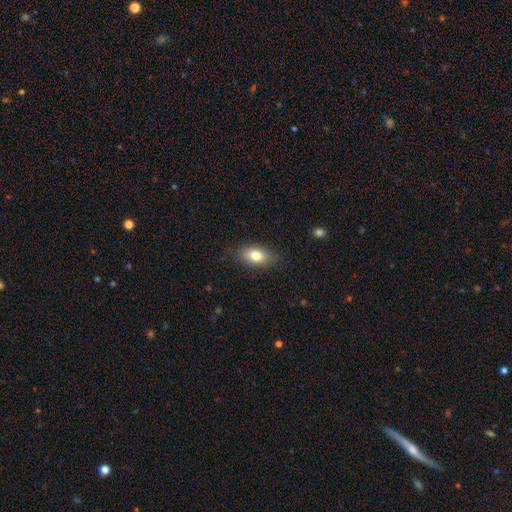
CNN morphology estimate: smooth 79%, featured or disk 13%, star or artifact 8%. Down the decision tree: how rounded — in between (86%); merging — none (83%).